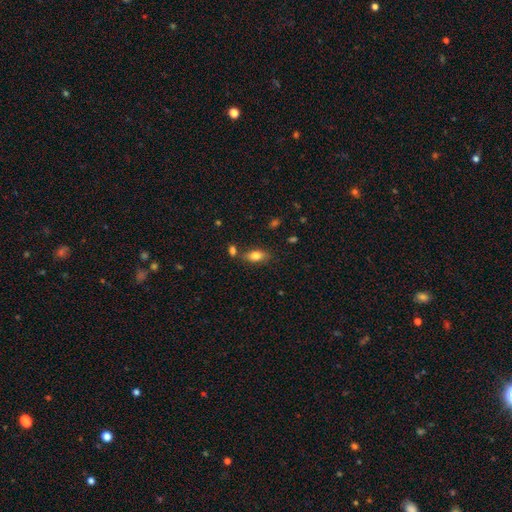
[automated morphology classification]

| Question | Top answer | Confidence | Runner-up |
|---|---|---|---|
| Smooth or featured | smooth | 80% | featured or disk (12%) |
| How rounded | in between | 87% | cigar-shaped (8%) |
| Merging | none | 72% | minor disturbance (14%) |